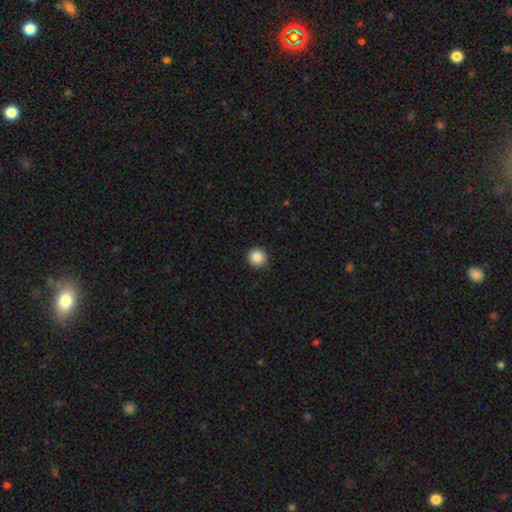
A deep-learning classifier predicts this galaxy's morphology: Smooth or featured?
  - smooth: 87% *
  - star or artifact: 9%
  - featured or disk: 3%
How rounded?
  - round: 95% *
  - in between: 4%
  - cigar-shaped: 1%
Merging?
  - none: 92% *
  - minor disturbance: 5%
  - major disturbance: 2%
  - merger: 1%